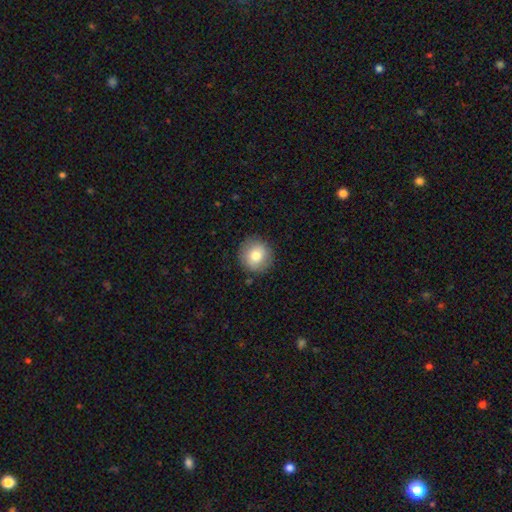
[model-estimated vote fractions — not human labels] Smooth or featured? Predicted: smooth (p=0.79). How rounded? Predicted: round (p=0.93). Merging? Predicted: none (p=0.89).